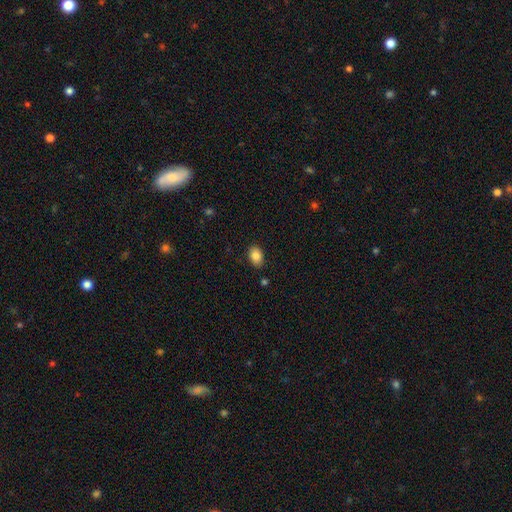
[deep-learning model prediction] Smooth or featured? smooth (86%)
How rounded? in between (83%)
Merging? none (86%)